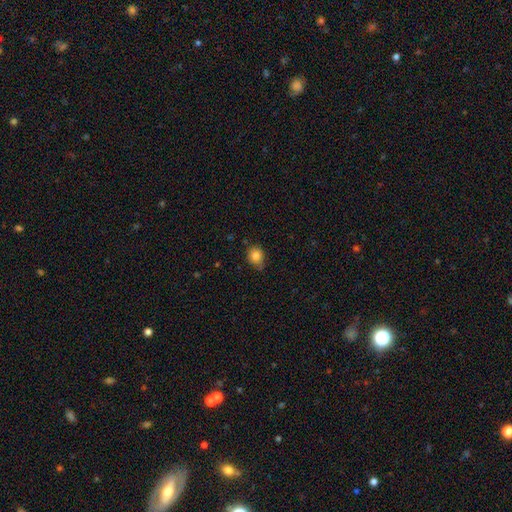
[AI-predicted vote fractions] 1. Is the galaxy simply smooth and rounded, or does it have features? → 83% smooth, 10% star or artifact, 7% featured or disk.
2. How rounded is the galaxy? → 70% round, 29% in between, 1% cigar-shaped.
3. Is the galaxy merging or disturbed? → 72% none, 23% minor disturbance, 3% major disturbance, 2% merger.